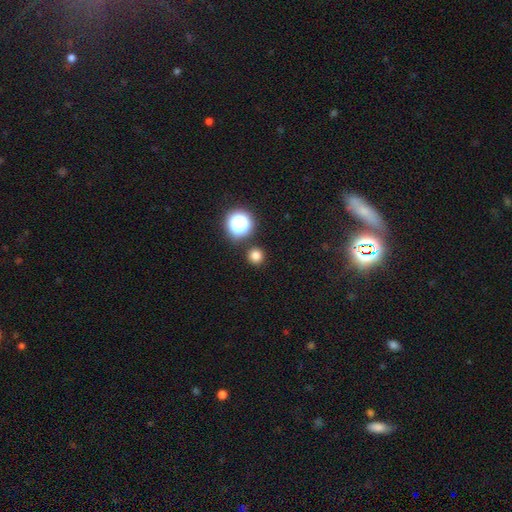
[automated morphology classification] type=smooth (77%); roundness=round (95%); merging=none (89%).